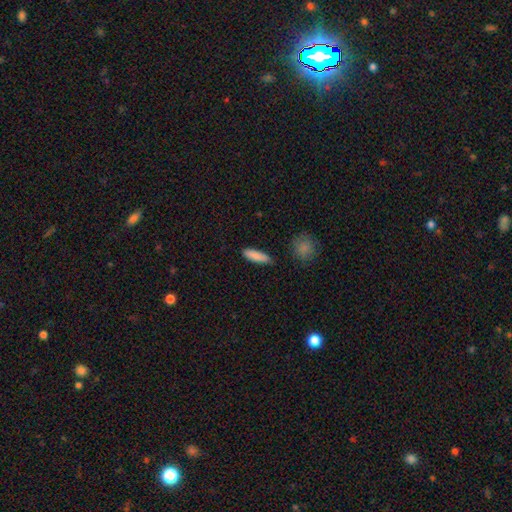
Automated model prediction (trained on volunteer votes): The model was most divided on "how rounded": cigar-shaped: 60%, in between: 38%, round: 2%. More confident: smooth or featured — smooth (87%); merging — none (82%).